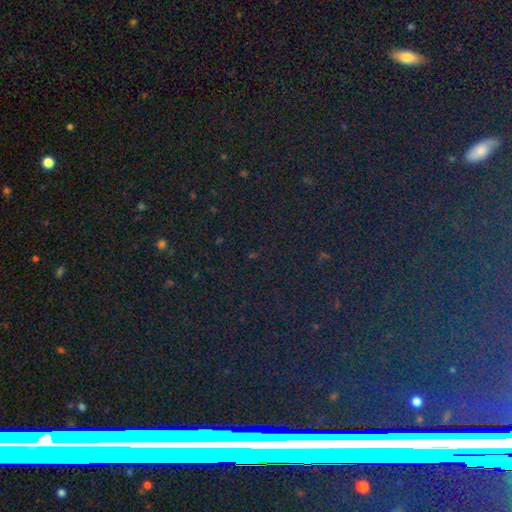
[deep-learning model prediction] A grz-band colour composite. It shows a star or artifact, not a galaxy (81%).